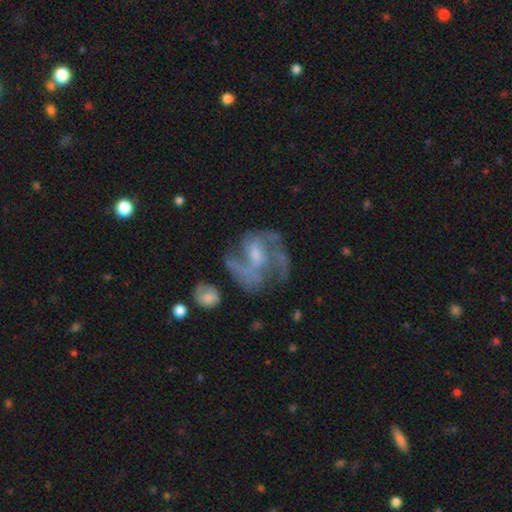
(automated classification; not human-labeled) Smooth or featured? Predicted: featured or disk (p=0.80). Edge-on disk? Predicted: no (p=0.97). Bar? Predicted: weak (p=0.46). Spiral arms? Predicted: yes (p=0.89). Spiral winding? Predicted: medium (p=0.53). Spiral arm count? Predicted: 2 (p=0.48). Bulge size? Predicted: small (p=0.45). Merging? Predicted: none (p=0.55).